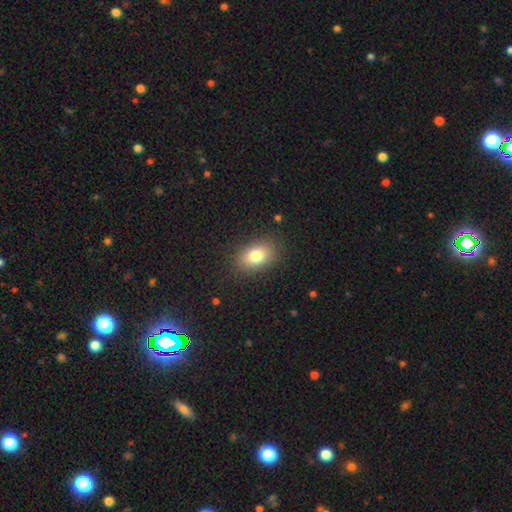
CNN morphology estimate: Smooth or featured? smooth (79%)
How rounded? in between (81%)
Merging? none (86%)